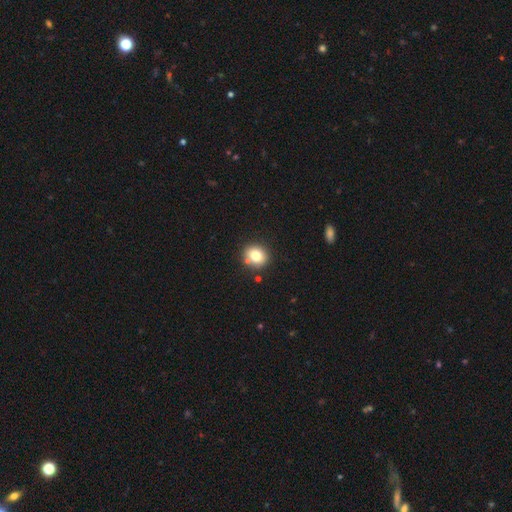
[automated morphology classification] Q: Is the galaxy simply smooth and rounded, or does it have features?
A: smooth — 78%.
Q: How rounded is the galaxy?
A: round — 77%.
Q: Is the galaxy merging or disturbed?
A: none — 80%.